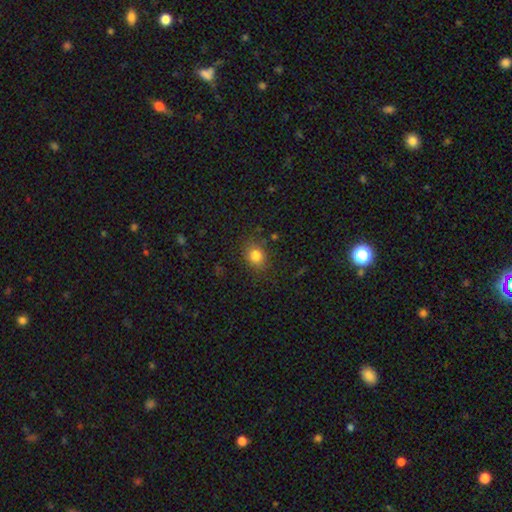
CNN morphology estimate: This is clearly a smooth galaxy (81%). How rounded: possibly round (56%). Merging: clearly none (82%).